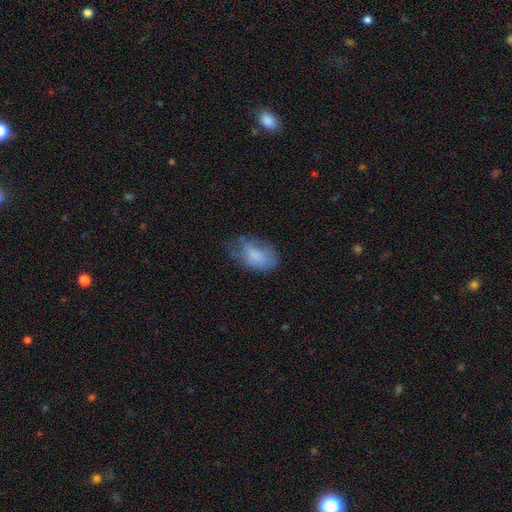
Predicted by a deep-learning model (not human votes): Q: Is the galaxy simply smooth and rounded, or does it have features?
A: smooth — 73%.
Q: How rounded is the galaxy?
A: in between — 91%.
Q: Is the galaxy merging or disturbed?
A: none — 43%.